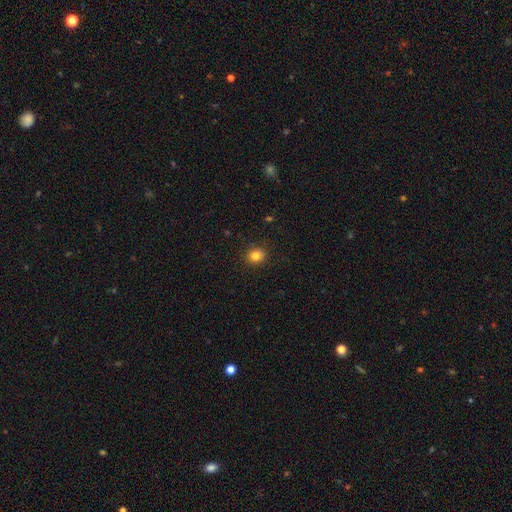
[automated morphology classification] This appears to be a smooth galaxy with no disk features (83%) that is round (75%). Merging: none (89%).